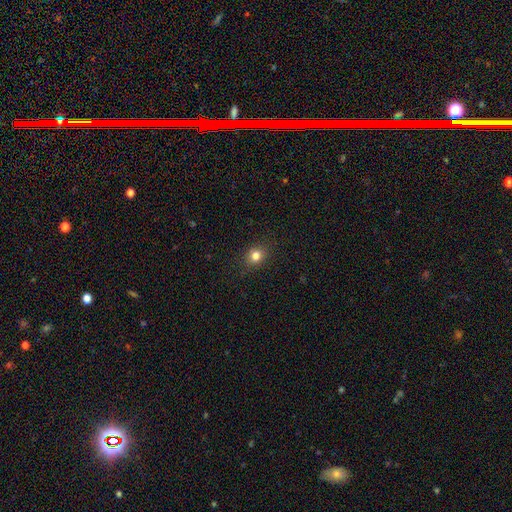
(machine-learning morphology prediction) smooth_or_featured: smooth (p=0.81) [alt: star or artifact p=0.13]
how_rounded: round (p=0.68) [alt: in between p=0.31]
merging: none (p=0.88) [alt: minor disturbance p=0.09]